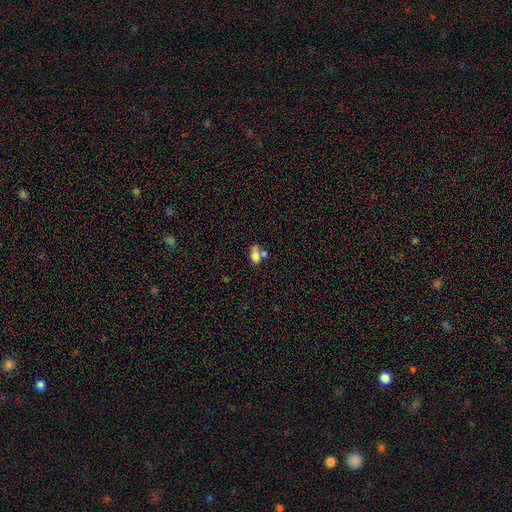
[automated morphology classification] Overall: smooth (73%). How rounded: in between (83%). Merging: merger (40%; none 37%).